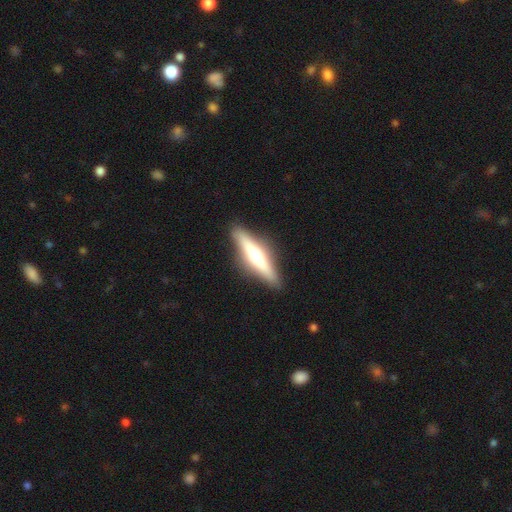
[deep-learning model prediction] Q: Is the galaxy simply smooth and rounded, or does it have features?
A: featured or disk — 58%.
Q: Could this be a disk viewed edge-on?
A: yes — 94%.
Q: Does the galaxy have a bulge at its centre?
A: rounded — 82%.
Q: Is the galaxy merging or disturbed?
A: none — 88%.